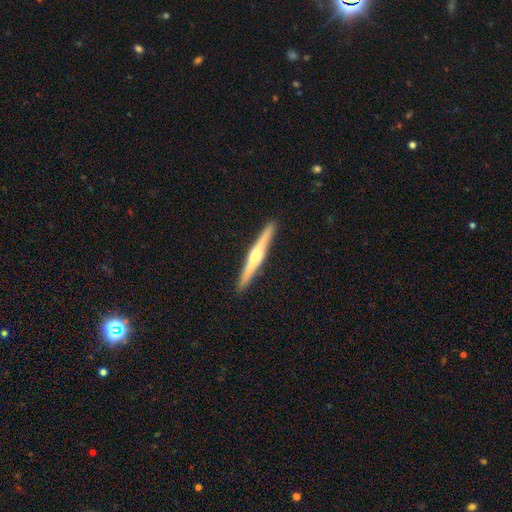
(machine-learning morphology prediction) smooth-or-featured: featured or disk: 72% | smooth: 23% | star or artifact: 5%
  disk-edge-on: yes: 98% | no: 2%
    edge-on-bulge: rounded: 88% | none: 8% | boxy: 4%
  merging: none: 92% | minor disturbance: 5% | major disturbance: 1% | merger: 1%